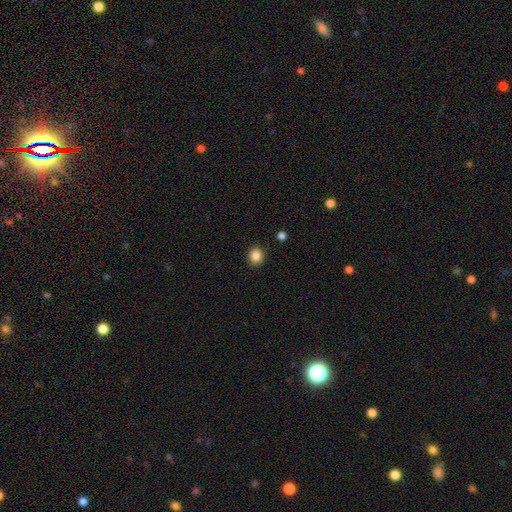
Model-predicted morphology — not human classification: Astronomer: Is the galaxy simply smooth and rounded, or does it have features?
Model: smooth — 86%.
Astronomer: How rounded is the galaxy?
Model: round — 76%.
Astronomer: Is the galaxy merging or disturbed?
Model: none — 89%.